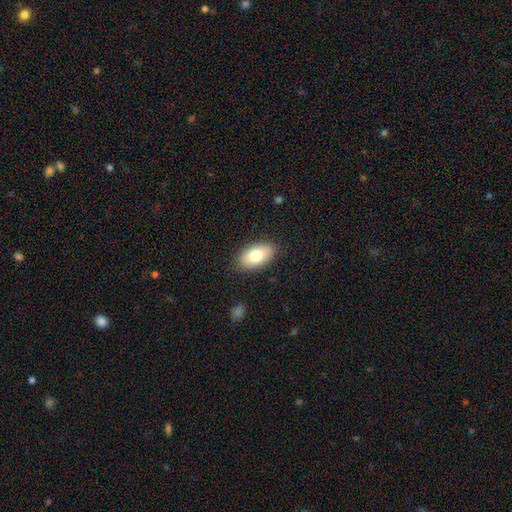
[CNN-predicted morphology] A smooth galaxy with no disk features (76%) that is in between round and cigar-shaped (93%).

Vote fractions:
- Smooth or featured? smooth: 76% / featured or disk: 17% / star or artifact: 7%
- How rounded? in between: 93% / round: 5% / cigar-shaped: 2%
- Merging? none: 87% / minor disturbance: 10% / major disturbance: 2% / merger: 1%